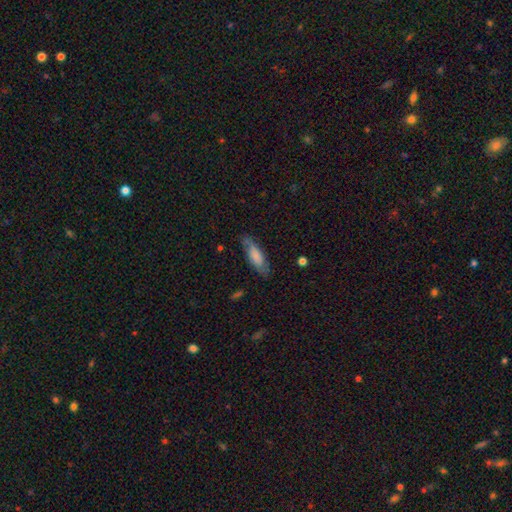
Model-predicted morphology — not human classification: The model was most divided on "how rounded": in between: 57%, cigar-shaped: 41%, round: 2%. More confident: merging — none (71%); smooth or featured — smooth (68%).